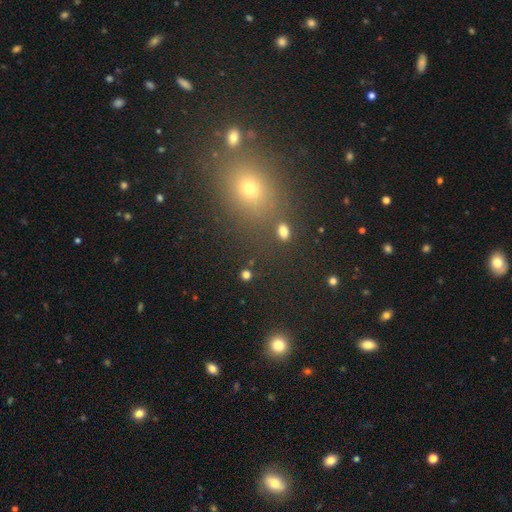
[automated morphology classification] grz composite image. It shows a smooth galaxy with no disk features (55%) that is round (57%). Merging: none (84%).